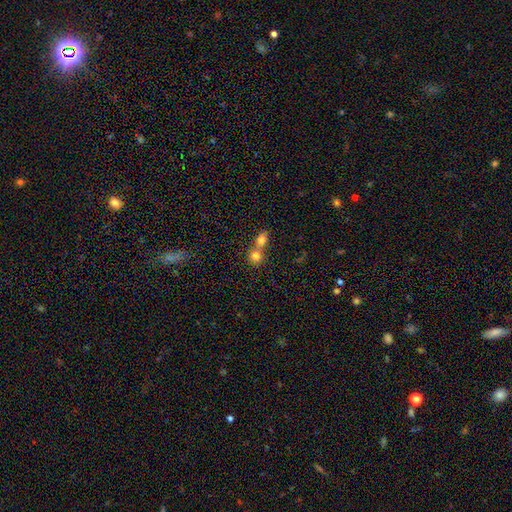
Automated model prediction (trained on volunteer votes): A smooth galaxy with no disk features (79%) that is round (79%). Merging: merger (60%).